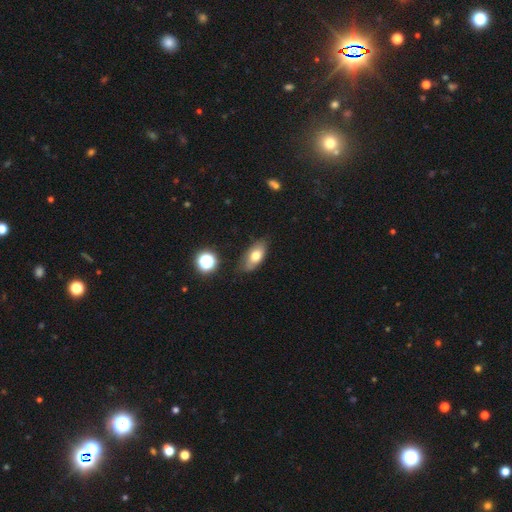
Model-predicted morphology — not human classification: Smooth or featured: smooth — 72% (featured or disk — 19%)
How rounded: in between — 87% (cigar-shaped — 7%)
Merging: none — 76% (minor disturbance — 18%)